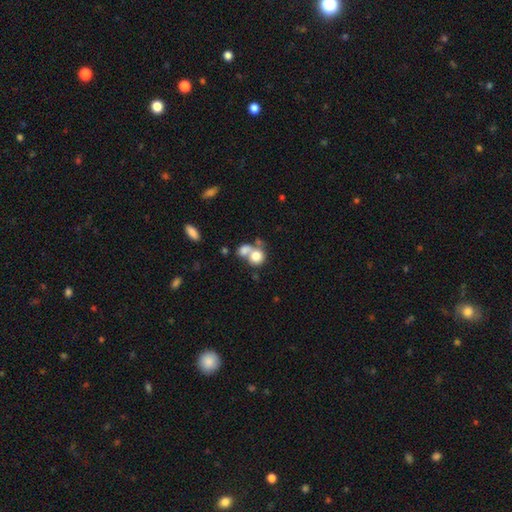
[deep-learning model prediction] The model was most divided on "merging": merger: 54%, none: 32%, minor disturbance: 8%, major disturbance: 5%. More confident: smooth or featured — smooth (76%); how rounded — round (75%).